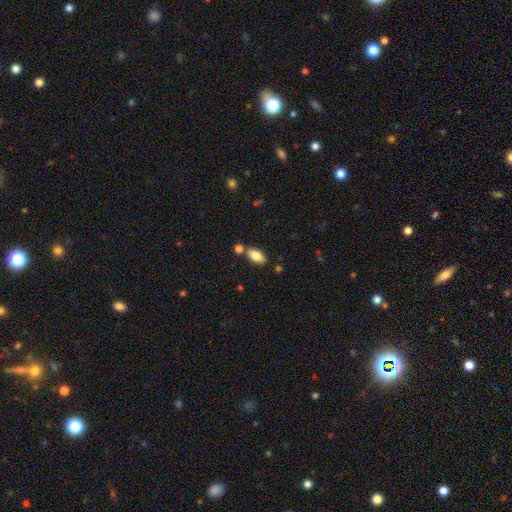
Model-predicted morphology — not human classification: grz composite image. It shows a smooth galaxy with no disk features (85%) that is in between round and cigar-shaped (92%). Merging: none (72%).